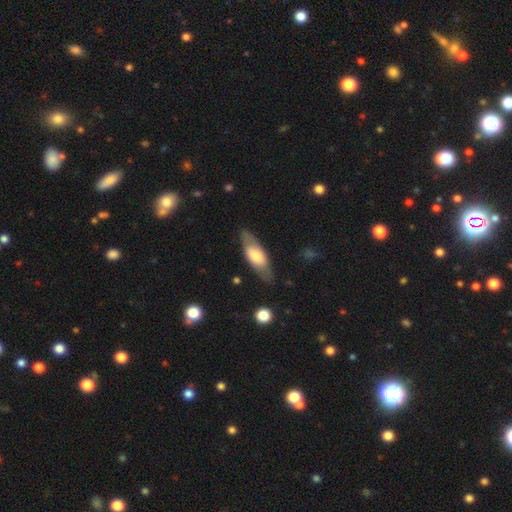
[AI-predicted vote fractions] Smooth or featured?
  - smooth: 57% *
  - featured or disk: 38%
  - star or artifact: 5%
How rounded?
  - in between: 68% *
  - cigar-shaped: 30%
  - round: 2%
Merging?
  - none: 78% *
  - minor disturbance: 15%
  - major disturbance: 5%
  - merger: 2%